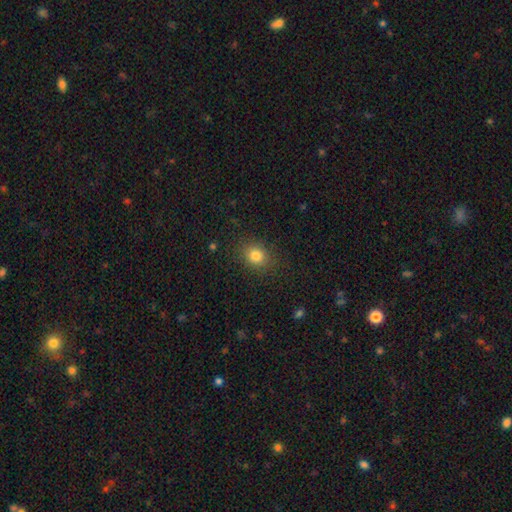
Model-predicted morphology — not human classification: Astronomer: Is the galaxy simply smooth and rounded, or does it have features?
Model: smooth — 81%.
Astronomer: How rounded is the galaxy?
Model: round — 59% (runner-up: in between, 40%).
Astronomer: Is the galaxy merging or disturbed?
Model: none — 86%.